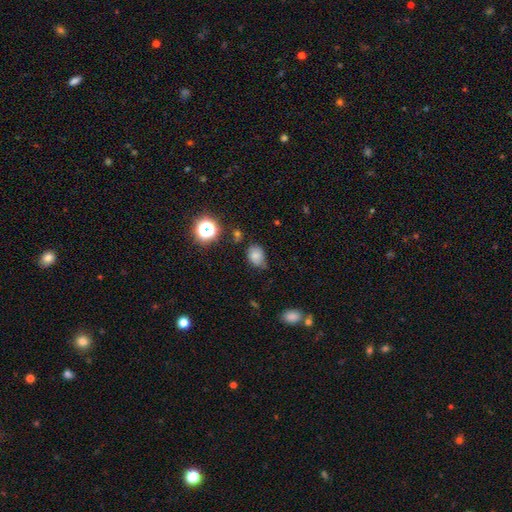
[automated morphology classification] smooth 76%, star or artifact 14%, featured or disk 10%. Down the decision tree: how rounded — in between (71%); merging — none (54%).